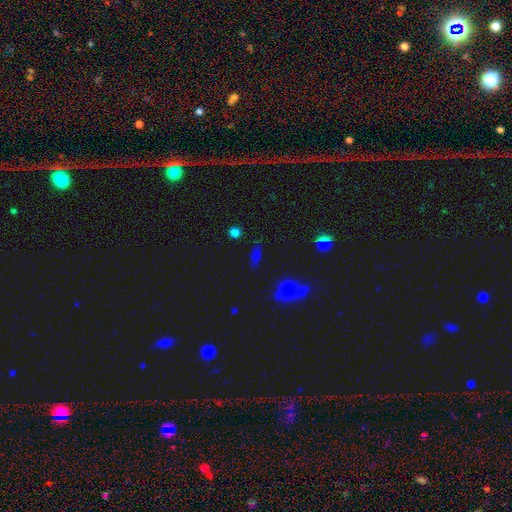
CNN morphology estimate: smooth-or-featured: smooth: 54% | star or artifact: 27% | featured or disk: 19%
  how-rounded: in between: 50% | round: 26% | cigar-shaped: 24%
  merging: none: 74% | minor disturbance: 15% | major disturbance: 6% | merger: 4%